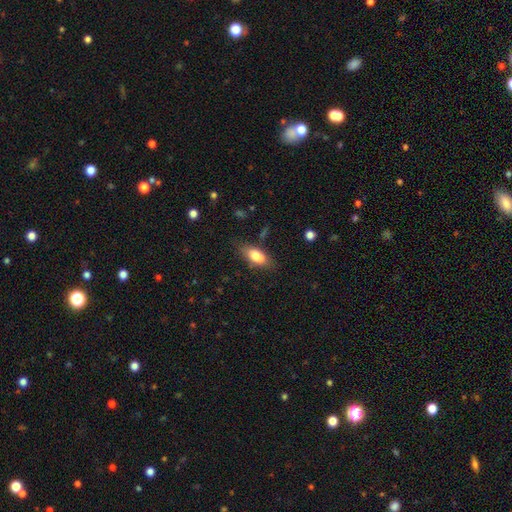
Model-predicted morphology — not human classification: Q: Smooth or featured?
A: smooth (74%); runner-up: featured or disk (18%)
Q: How rounded?
A: in between (82%); runner-up: cigar-shaped (13%)
Q: Merging?
A: none (61%); runner-up: minor disturbance (19%)